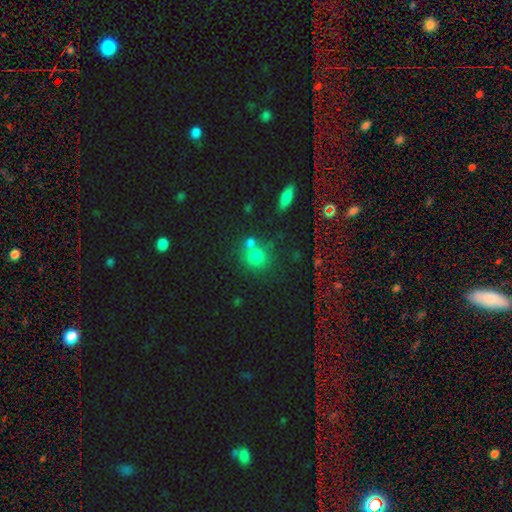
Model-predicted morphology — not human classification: Overall: smooth (74%). How rounded: round (85%). Merging: none (54%; merger 31%).